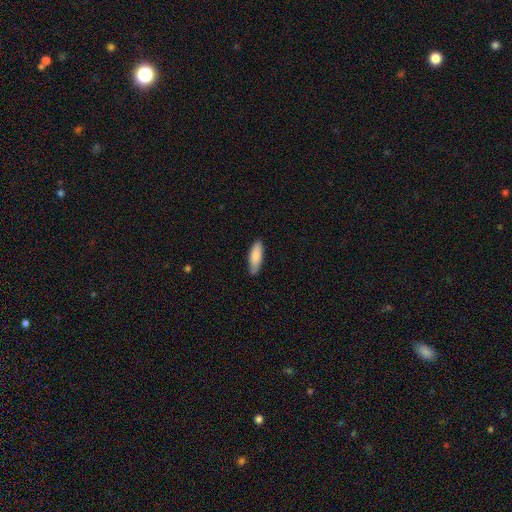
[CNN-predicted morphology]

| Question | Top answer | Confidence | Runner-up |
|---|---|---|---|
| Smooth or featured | smooth | 85% | featured or disk (9%) |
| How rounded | in between | 57% | cigar-shaped (42%) |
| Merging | none | 83% | minor disturbance (14%) |